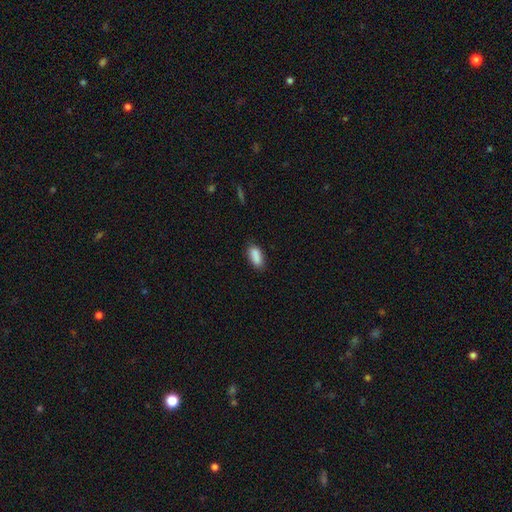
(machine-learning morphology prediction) Smooth or featured?
  - smooth: 88% *
  - star or artifact: 8%
  - featured or disk: 5%
How rounded?
  - in between: 82% *
  - cigar-shaped: 15%
  - round: 3%
Merging?
  - none: 79% *
  - minor disturbance: 16%
  - major disturbance: 3%
  - merger: 2%